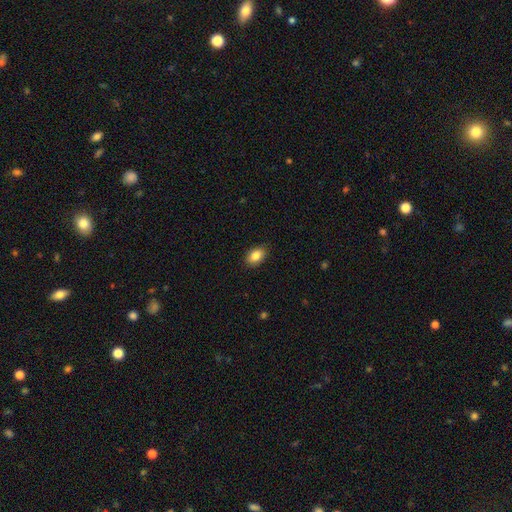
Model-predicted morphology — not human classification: Smooth or featured: smooth — 86% (star or artifact — 8%)
How rounded: in between — 85% (round — 14%)
Merging: none — 87% (minor disturbance — 10%)